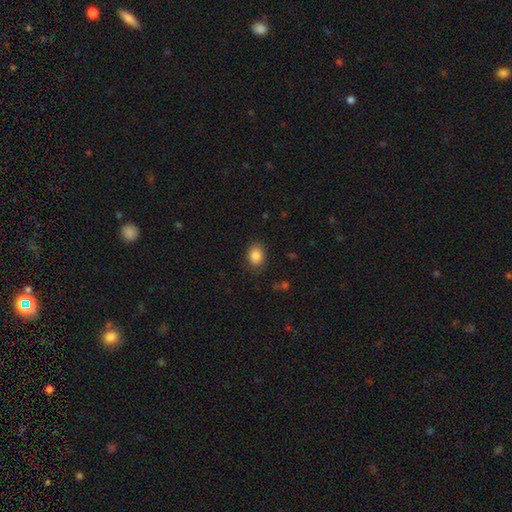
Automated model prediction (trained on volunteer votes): Morphology: type=smooth (87%); roundness=in between (70%); merging=none (84%).